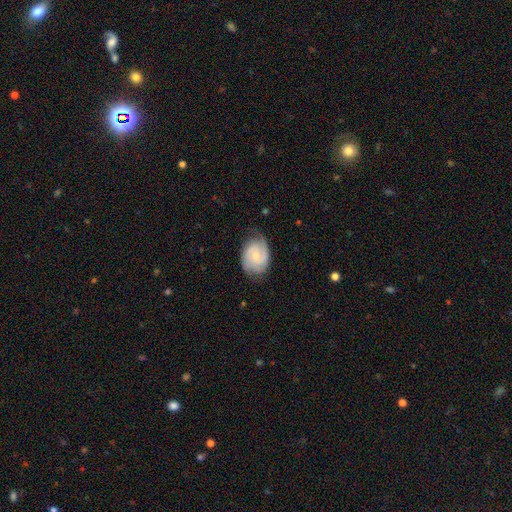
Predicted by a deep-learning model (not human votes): A featured or disk galaxy (73%) with no bar (59%), 2 (68%) tight (48%) spiral arms (94%) and a small central bulge (64%). Merging: none (68%).